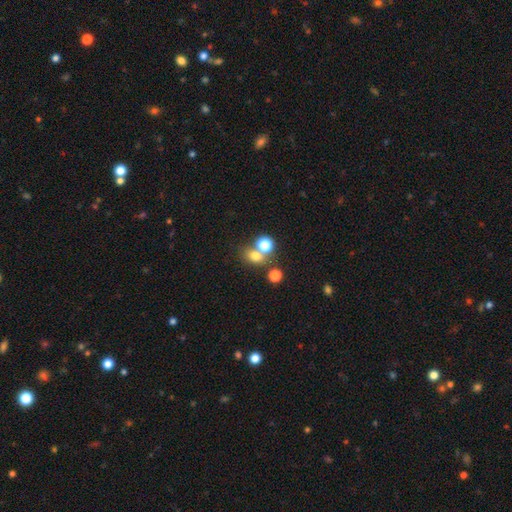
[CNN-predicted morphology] A smooth galaxy with no disk features (72%) that is round (55%). Merging: none (51%).